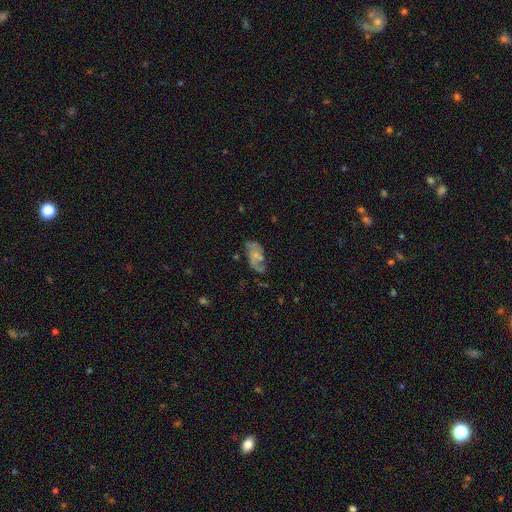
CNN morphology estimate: A featured or disk galaxy (70%) with no bar (61%), 2 (77%) loose (48%) spiral arms (85%) and a small central bulge (49%).

Vote fractions:
- Smooth or featured? featured or disk: 70% / smooth: 22% / star or artifact: 8%
- Edge-on disk? no: 97% / yes: 3%
- Bar? no: 61% / weak: 32% / strong: 7%
- Spiral arms? yes: 85% / no: 15%
- Spiral winding? loose: 48% / medium: 39% / tight: 13%
- Spiral arm count? 2: 77% / 1: 10% / can't tell: 8% / 3: 2% / 4: 1% / more than 4: 1%
- Bulge size? small: 49% / none: 29% / moderate: 18% / large: 2% / dominant: 1%
- Merging? none: 49% / minor disturbance: 24% / major disturbance: 22% / merger: 6%